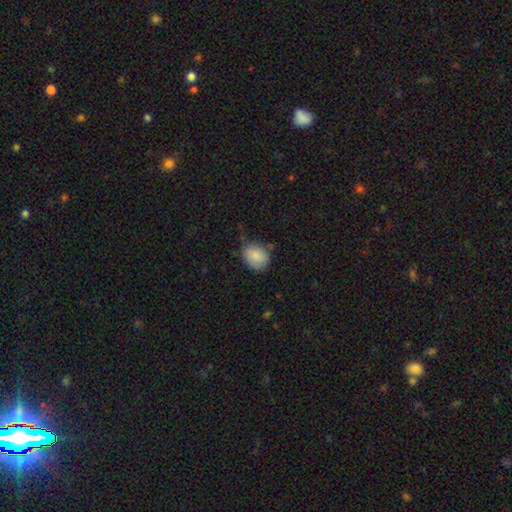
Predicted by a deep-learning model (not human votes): This is clearly a smooth galaxy (84%). How rounded: possibly in between (51%). Merging: possibly none (58%).